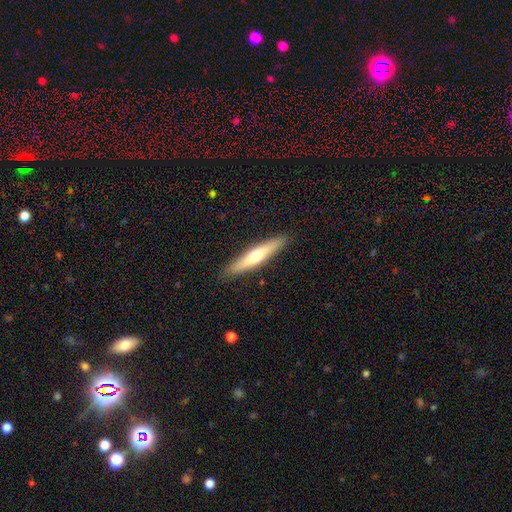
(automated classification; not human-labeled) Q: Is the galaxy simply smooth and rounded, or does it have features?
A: smooth — 49%.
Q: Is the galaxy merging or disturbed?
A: none — 90%.